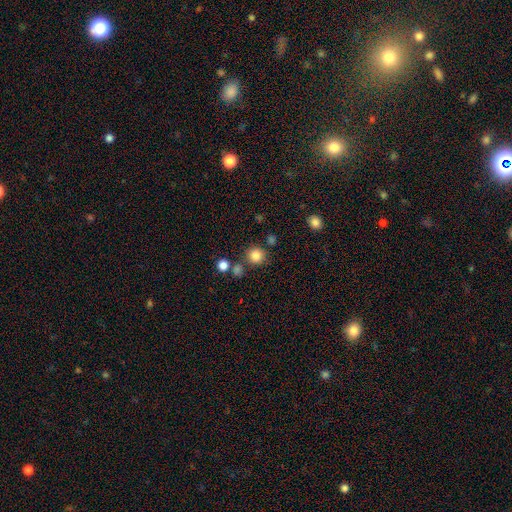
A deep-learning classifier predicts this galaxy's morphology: smooth_or_featured: smooth (p=0.83) [alt: star or artifact p=0.12]
how_rounded: round (p=0.92) [alt: in between p=0.07]
merging: none (p=0.78) [alt: merger p=0.09]